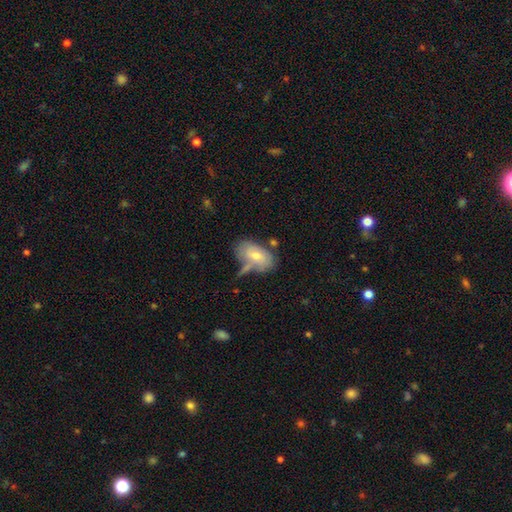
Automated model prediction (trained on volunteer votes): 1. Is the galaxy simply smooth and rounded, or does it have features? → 61% smooth, 31% featured or disk, 9% star or artifact.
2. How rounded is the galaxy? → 91% in between, 6% round, 3% cigar-shaped.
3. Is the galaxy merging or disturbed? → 50% none, 23% minor disturbance, 18% merger, 9% major disturbance.